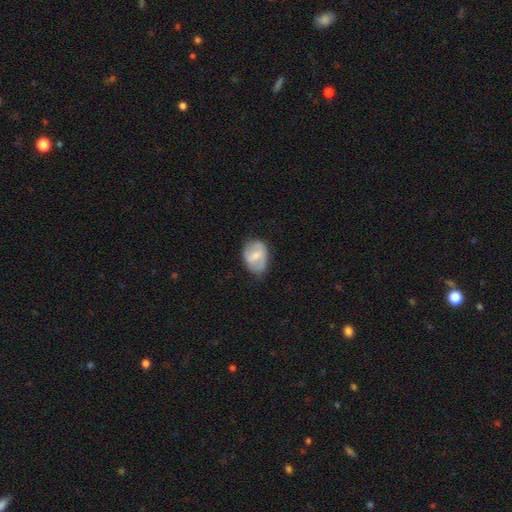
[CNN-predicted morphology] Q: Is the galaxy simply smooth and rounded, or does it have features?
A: smooth — 51%.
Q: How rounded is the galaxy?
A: in between — 73%.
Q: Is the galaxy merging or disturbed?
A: none — 60%.